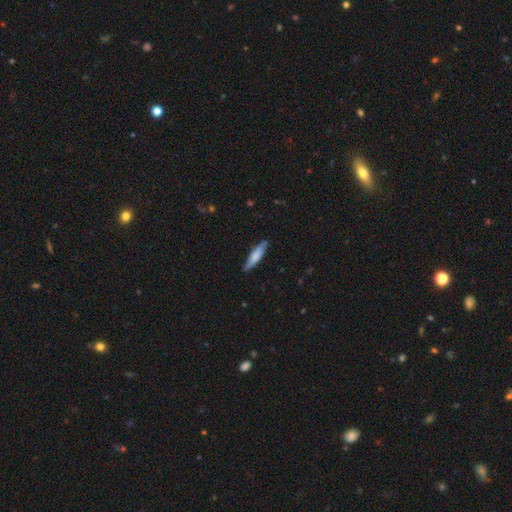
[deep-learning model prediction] This is likely a smooth galaxy (63%). How rounded: clearly cigar-shaped (84%). Merging: clearly none (85%).